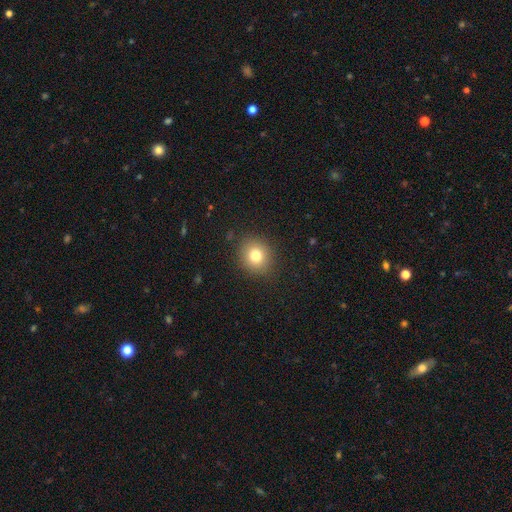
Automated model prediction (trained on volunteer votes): Q: Smooth or featured?
A: smooth (79%); runner-up: star or artifact (12%)
Q: How rounded?
A: round (84%); runner-up: in between (15%)
Q: Merging?
A: none (89%); runner-up: minor disturbance (7%)